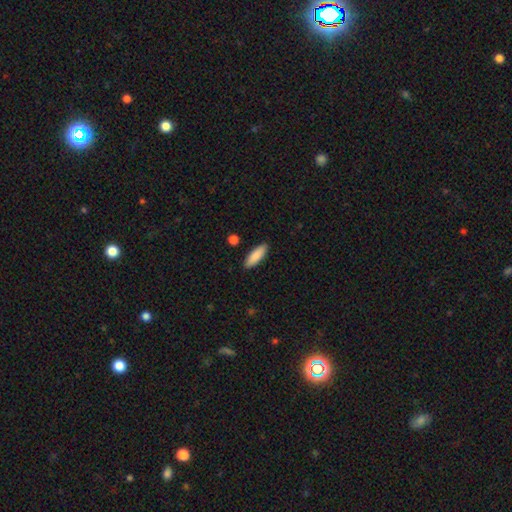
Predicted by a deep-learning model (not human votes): A smooth galaxy with no disk features (88%) that is in between round and cigar-shaped (56%).

Vote fractions:
- Smooth or featured? smooth: 88% / featured or disk: 6% / star or artifact: 6%
- How rounded? in between: 56% / cigar-shaped: 42% / round: 2%
- Merging? none: 89% / minor disturbance: 8% / major disturbance: 2% / merger: 2%